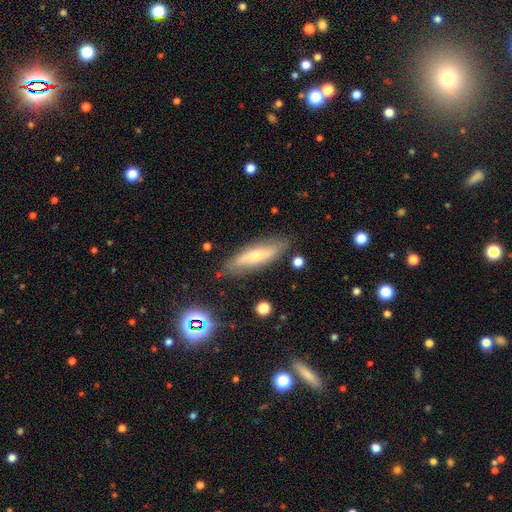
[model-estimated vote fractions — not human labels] Smooth or featured? smooth (50%)
Merging? none (80%)